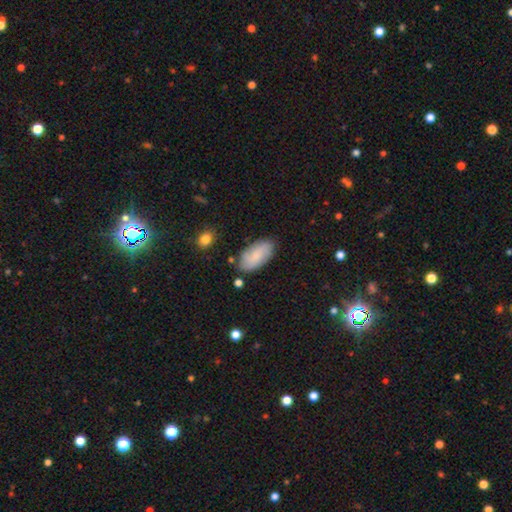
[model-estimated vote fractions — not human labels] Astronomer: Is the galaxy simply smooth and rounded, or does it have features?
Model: smooth — 72%.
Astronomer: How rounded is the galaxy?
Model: in between — 92%.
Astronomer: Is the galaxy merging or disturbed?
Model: none — 80%.